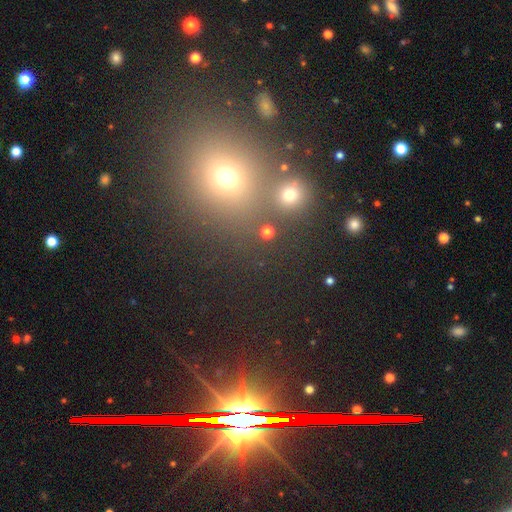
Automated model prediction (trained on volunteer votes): Smooth or featured? Predicted: star or artifact (p=0.47).